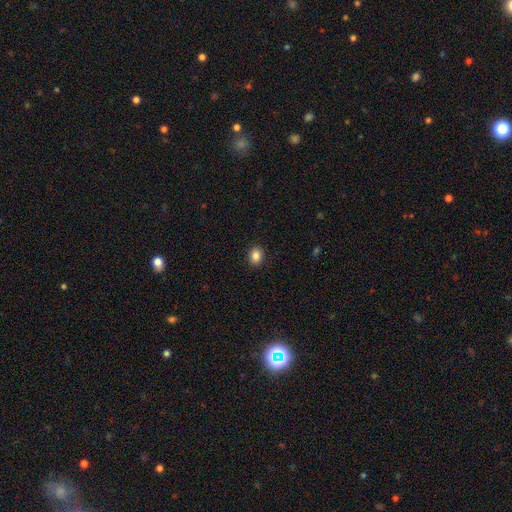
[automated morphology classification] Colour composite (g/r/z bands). It shows a smooth galaxy with no disk features (87%) that is round (51%). Merging: none (91%).